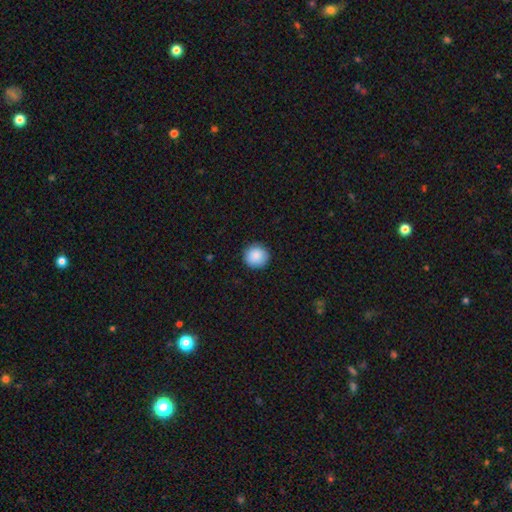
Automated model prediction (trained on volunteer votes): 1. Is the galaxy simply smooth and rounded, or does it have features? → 89% smooth, 8% star or artifact, 4% featured or disk.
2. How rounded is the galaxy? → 94% round, 5% in between, 1% cigar-shaped.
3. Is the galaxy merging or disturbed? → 91% none, 6% minor disturbance, 2% major disturbance, 1% merger.